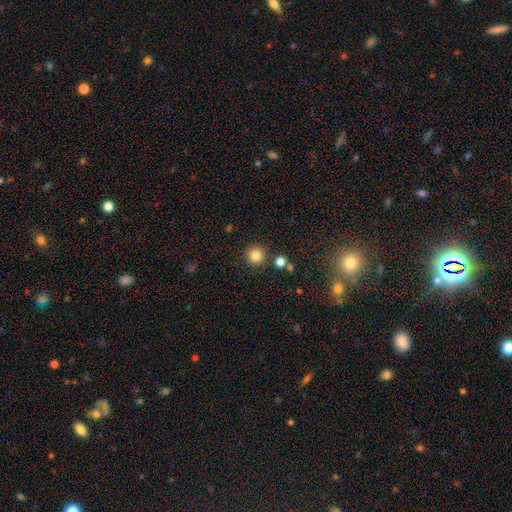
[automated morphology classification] A smooth galaxy with no disk features (83%) that is round (95%). Merging: none (86%).